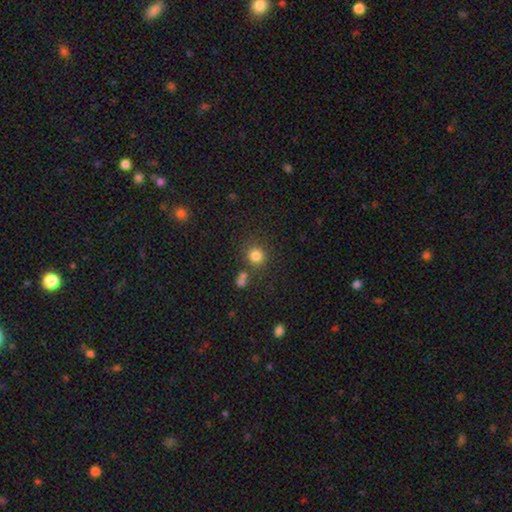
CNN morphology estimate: type=smooth (82%); roundness=round (87%); merging=none (77%).